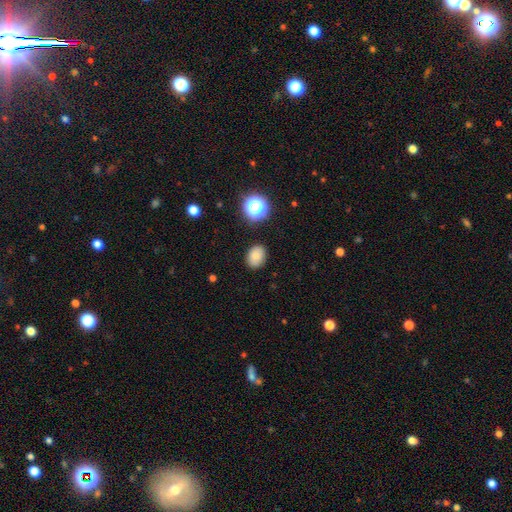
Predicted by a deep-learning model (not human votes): A smooth galaxy with no disk features (81%) that is in between round and cigar-shaped (65%). Merging: none (86%).